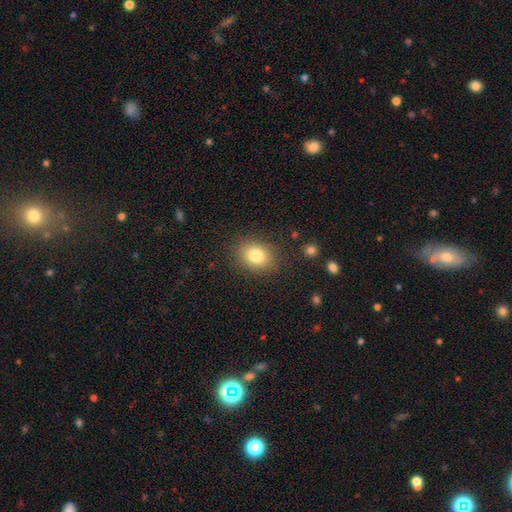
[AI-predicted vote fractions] This is clearly a smooth galaxy (81%). How rounded: possibly in between (57%). Merging: clearly none (85%).